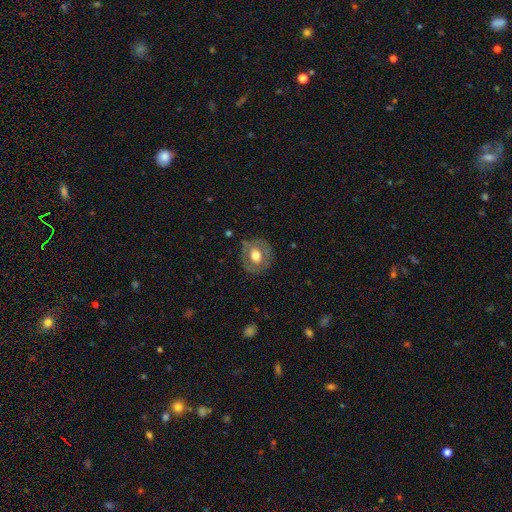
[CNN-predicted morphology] Smooth or featured? smooth (53%)
How rounded? round (78%)
Merging? none (79%)